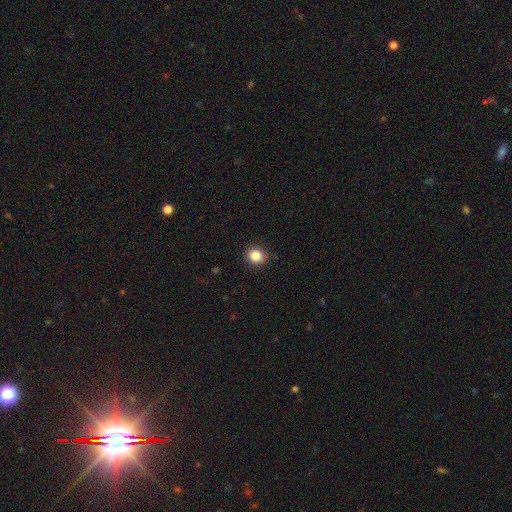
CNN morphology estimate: This appears to be a smooth galaxy with no disk features (85%) that is round (86%). Merging: none (90%).